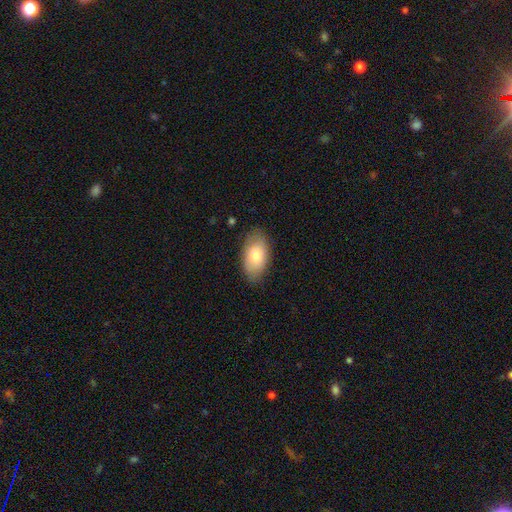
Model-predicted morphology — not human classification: Smooth or featured? smooth (78%)
How rounded? in between (94%)
Merging? none (81%)